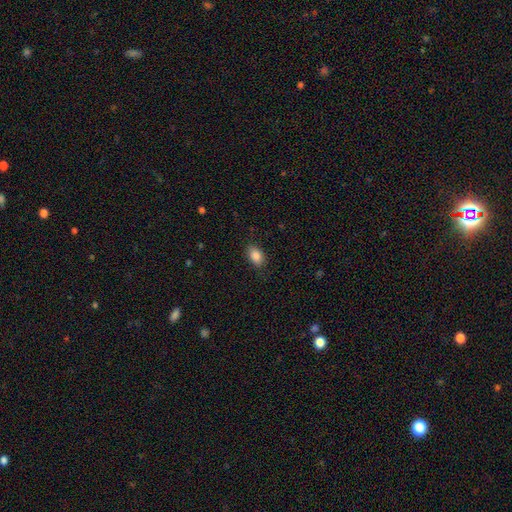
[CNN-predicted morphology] type=smooth (87%); roundness=in between (85%); merging=none (84%).